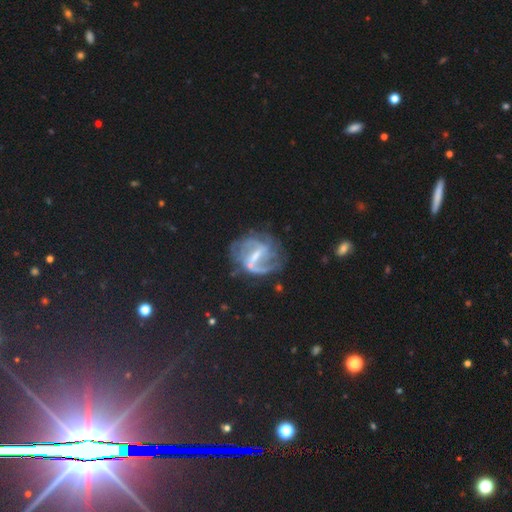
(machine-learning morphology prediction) Smooth or featured: featured or disk — 82% (smooth — 10%)
Edge-on disk: no — 97% (yes — 3%)
Bar: strong — 47% (weak — 43%)
Spiral arms: yes — 87% (no — 13%)
Spiral winding: medium — 41% (loose — 35%)
Spiral arm count: 2 — 45% (can't tell — 25%)
Bulge size: small — 39% (moderate — 33%)
Merging: none — 53% (major disturbance — 22%)